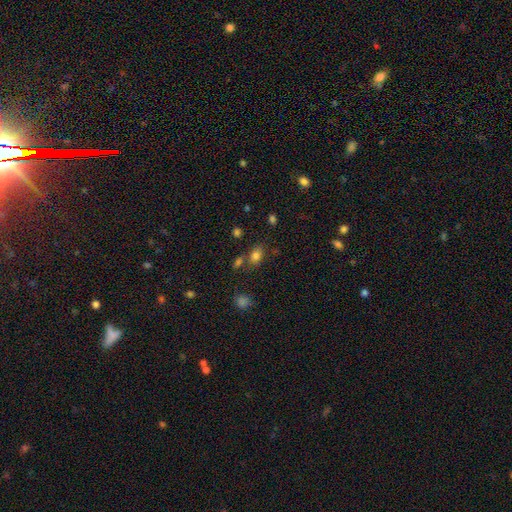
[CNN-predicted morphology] Smooth or featured? Predicted: smooth (p=0.78). How rounded? Predicted: in between (p=0.72). Merging? Predicted: none (p=0.64).